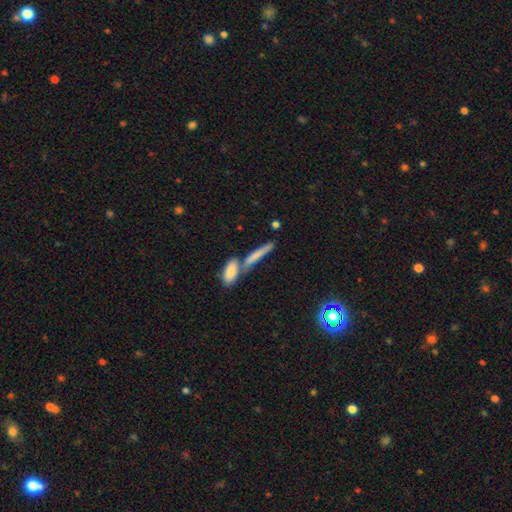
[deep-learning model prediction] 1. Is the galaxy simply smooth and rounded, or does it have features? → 69% smooth, 23% featured or disk, 8% star or artifact.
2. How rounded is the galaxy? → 83% cigar-shaped, 15% in between, 3% round.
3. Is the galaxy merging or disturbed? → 51% none, 33% merger, 11% minor disturbance, 5% major disturbance.